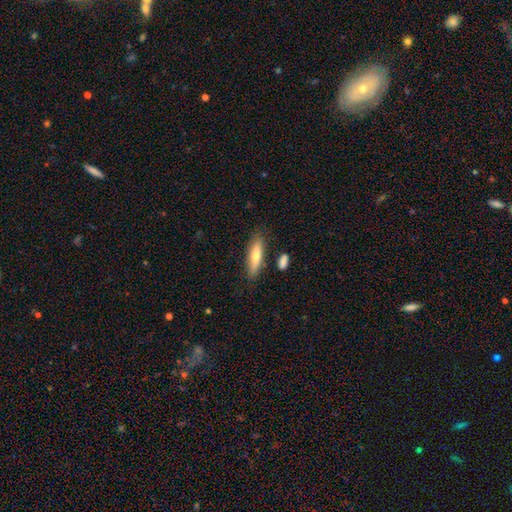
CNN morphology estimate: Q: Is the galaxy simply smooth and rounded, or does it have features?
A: smooth — 63%.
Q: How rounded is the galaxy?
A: cigar-shaped — 69%.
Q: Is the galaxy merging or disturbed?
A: none — 82%.